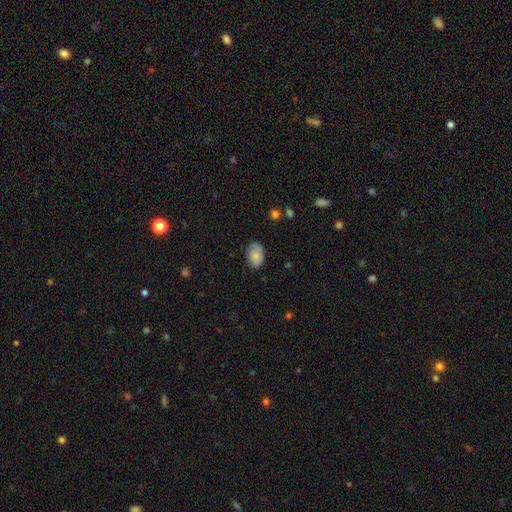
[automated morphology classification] A smooth galaxy with no disk features (81%) that is in between round and cigar-shaped (89%).

Vote fractions:
- Smooth or featured? smooth: 81% / featured or disk: 12% / star or artifact: 7%
- How rounded? in between: 89% / round: 10% / cigar-shaped: 1%
- Merging? none: 76% / minor disturbance: 19% / major disturbance: 4% / merger: 1%